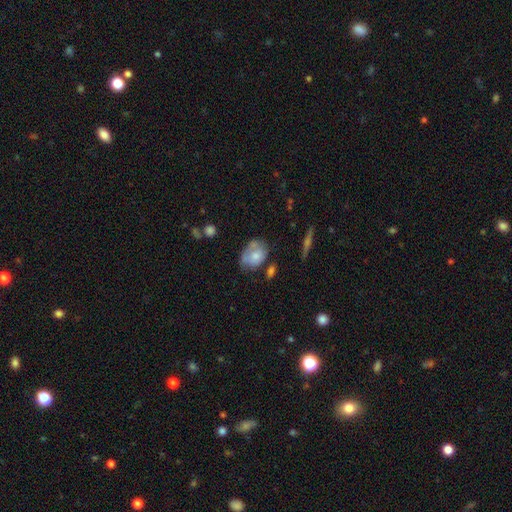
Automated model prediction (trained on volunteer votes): A smooth galaxy with no disk features (65%) that is in between round and cigar-shaped (65%).

Vote fractions:
- Smooth or featured? smooth: 65% / featured or disk: 27% / star or artifact: 8%
- How rounded? in between: 65% / round: 34% / cigar-shaped: 1%
- Merging? none: 43% / minor disturbance: 33% / major disturbance: 14% / merger: 10%